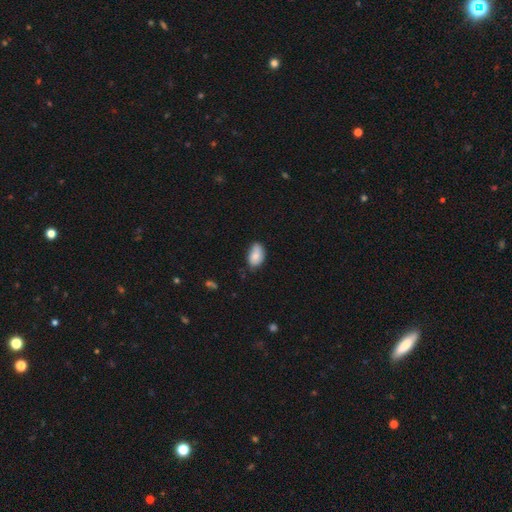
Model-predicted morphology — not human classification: A smooth galaxy with no disk features (79%) that is in between round and cigar-shaped (90%). Merging: none (63%).